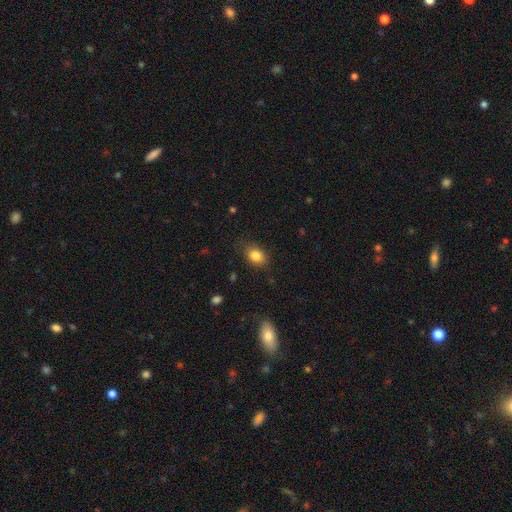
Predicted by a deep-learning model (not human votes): Smooth or featured?
  - smooth: 84% *
  - star or artifact: 9%
  - featured or disk: 7%
How rounded?
  - in between: 73% *
  - round: 26%
  - cigar-shaped: 1%
Merging?
  - none: 79% *
  - minor disturbance: 15%
  - major disturbance: 4%
  - merger: 1%